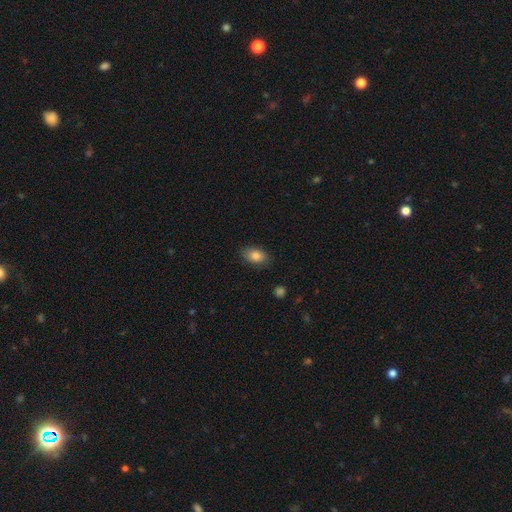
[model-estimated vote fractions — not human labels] This is clearly a smooth galaxy (83%). How rounded: clearly in between (89%). Merging: clearly none (81%).